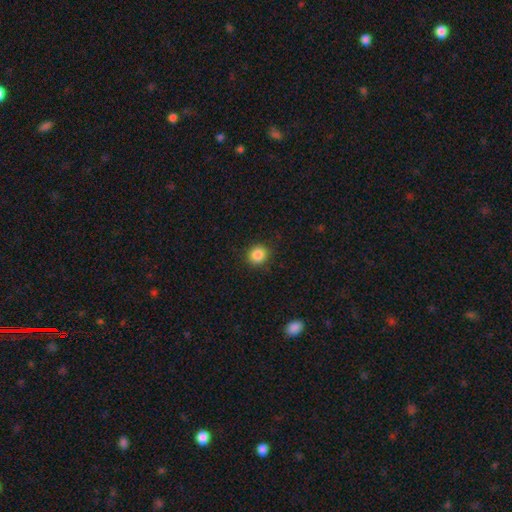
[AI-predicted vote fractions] Morphology: type=smooth (87%); roundness=round (85%); merging=none (88%).